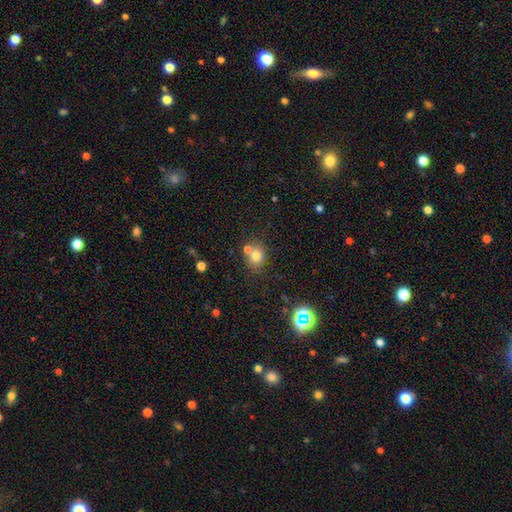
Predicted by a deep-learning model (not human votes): Overall: smooth (75%). How rounded: round (72%). Merging: none (60%; merger 25%).